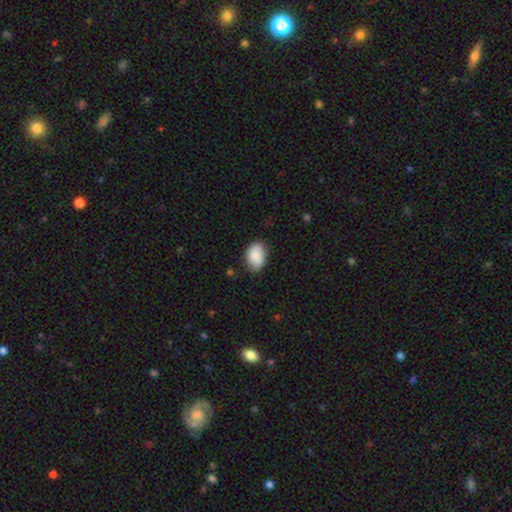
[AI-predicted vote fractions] A smooth galaxy with no disk features (78%) that is in between round and cigar-shaped (83%). Merging: none (75%).